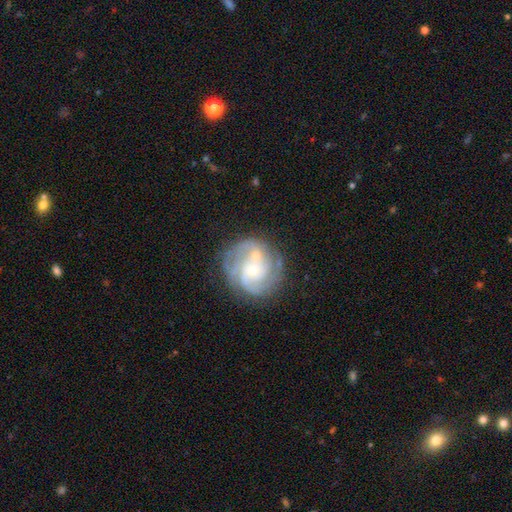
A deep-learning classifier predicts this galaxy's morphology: Smooth or featured: featured or disk — 81% (smooth — 13%)
Edge-on disk: no — 98% (yes — 2%)
Bar: no — 71% (weak — 24%)
Spiral arms: yes — 93% (no — 7%)
Spiral winding: tight — 54% (medium — 36%)
Spiral arm count: 2 — 33% (3 — 30%)
Bulge size: small — 56% (moderate — 36%)
Merging: none — 61% (minor disturbance — 16%)